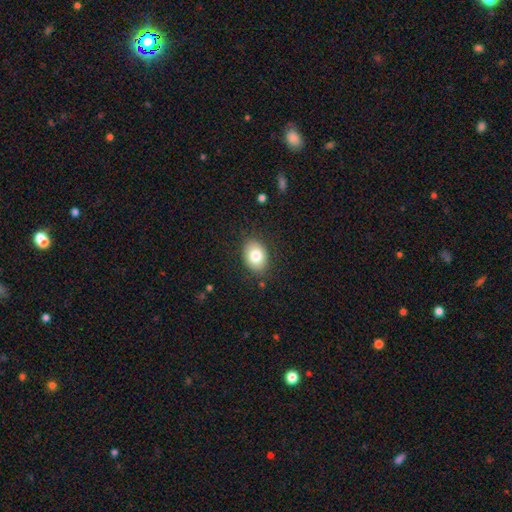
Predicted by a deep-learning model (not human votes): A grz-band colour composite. It shows a smooth galaxy with no disk features (80%) that is in between round and cigar-shaped (75%). Merging: none (85%).